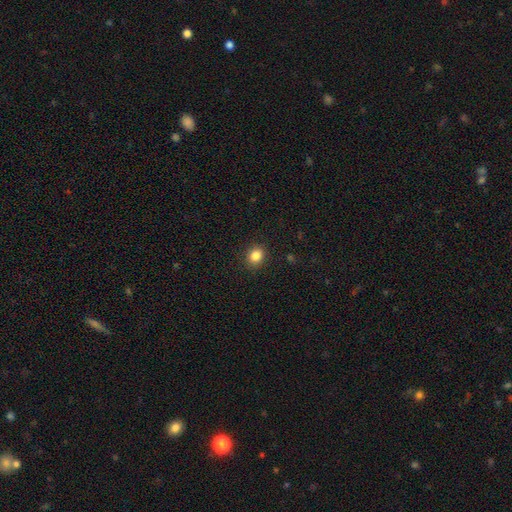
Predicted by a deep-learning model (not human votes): Smooth or featured?
  - smooth: 86% *
  - star or artifact: 10%
  - featured or disk: 4%
How rounded?
  - round: 70% *
  - in between: 29%
  - cigar-shaped: 1%
Merging?
  - none: 90% *
  - minor disturbance: 7%
  - major disturbance: 2%
  - merger: 1%